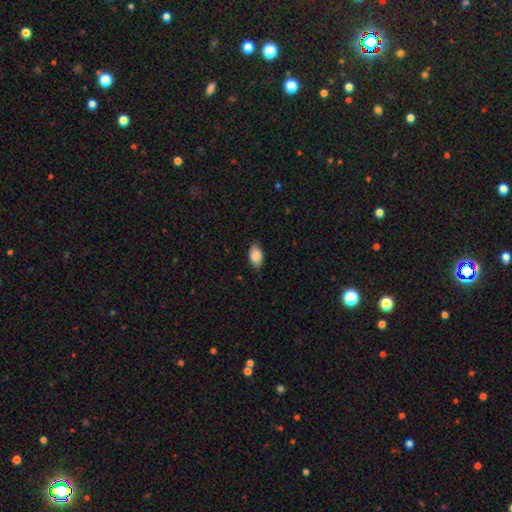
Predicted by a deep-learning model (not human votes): Smooth or featured? Predicted: smooth (p=0.86). How rounded? Predicted: in between (p=0.93). Merging? Predicted: none (p=0.82).